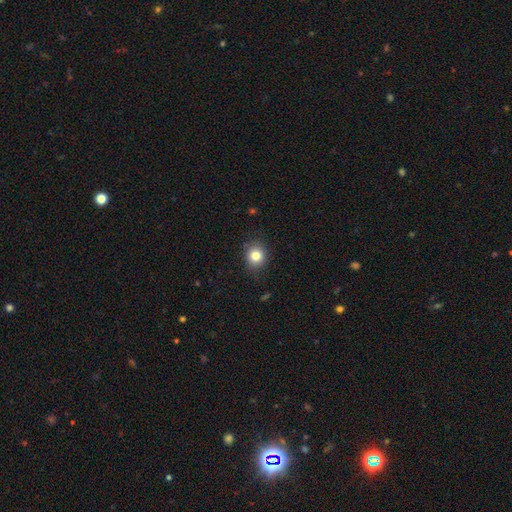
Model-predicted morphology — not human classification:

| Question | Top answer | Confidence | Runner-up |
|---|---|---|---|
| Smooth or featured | smooth | 81% | star or artifact (11%) |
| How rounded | round | 75% | in between (24%) |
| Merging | none | 85% | minor disturbance (11%) |